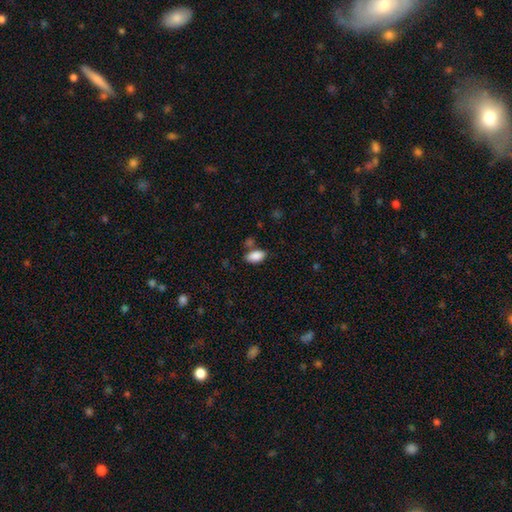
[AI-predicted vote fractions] Morphology: type=smooth (89%); roundness=in between (94%); merging=none (70%).